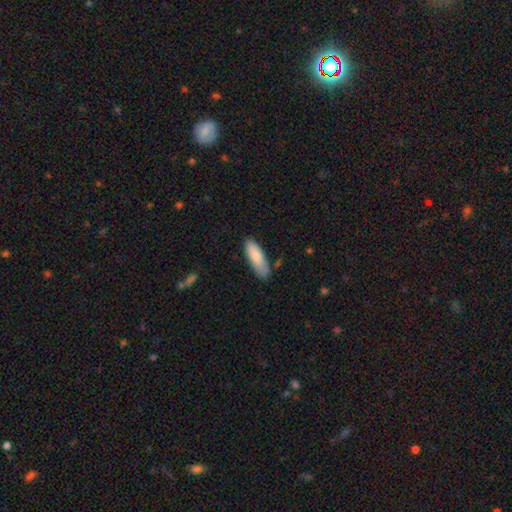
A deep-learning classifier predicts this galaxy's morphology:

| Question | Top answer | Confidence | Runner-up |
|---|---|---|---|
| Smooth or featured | smooth | 85% | featured or disk (10%) |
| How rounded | in between | 60% | cigar-shaped (39%) |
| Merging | none | 71% | minor disturbance (21%) |